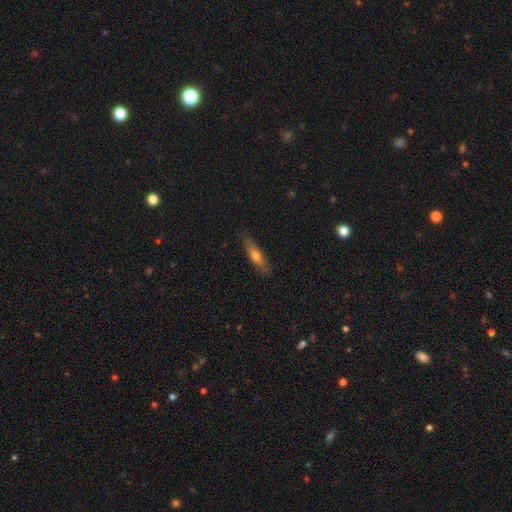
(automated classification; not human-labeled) A smooth galaxy with no disk features (56%) that is cigar-shaped (74%).

Vote fractions:
- Smooth or featured? smooth: 56% / featured or disk: 37% / star or artifact: 7%
- How rounded? cigar-shaped: 74% / in between: 23% / round: 2%
- Merging? none: 84% / minor disturbance: 13% / major disturbance: 2% / merger: 1%